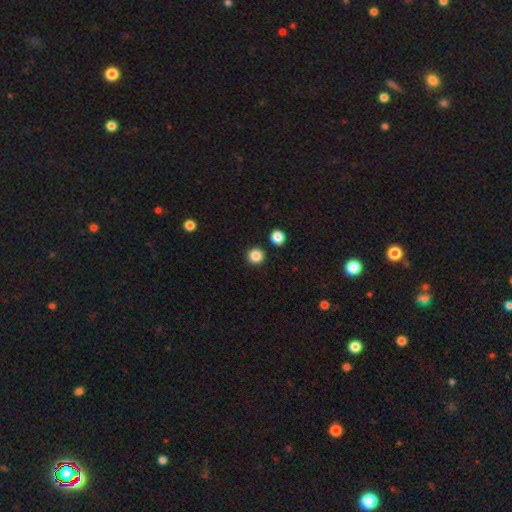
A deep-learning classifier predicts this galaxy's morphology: type=smooth (86%); roundness=round (95%); merging=none (91%).